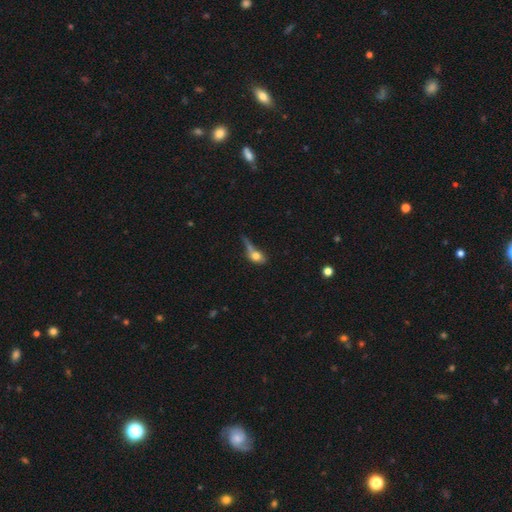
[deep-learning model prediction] This appears to be a smooth galaxy with no disk features (66%) that is in between round and cigar-shaped (60%). Merging: major disturbance (37%).